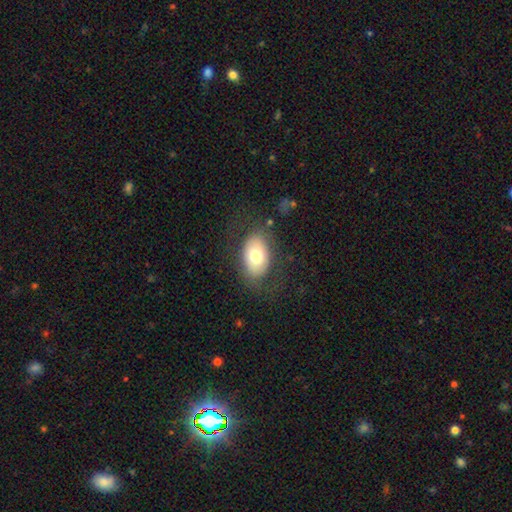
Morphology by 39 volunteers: Q: Smooth or featured?
A: smooth (79%); runner-up: featured or disk (13%)
Q: How rounded?
A: in between (94%); runner-up: round (6%)
Q: Merging?
A: none (69%); runner-up: minor disturbance (17%)